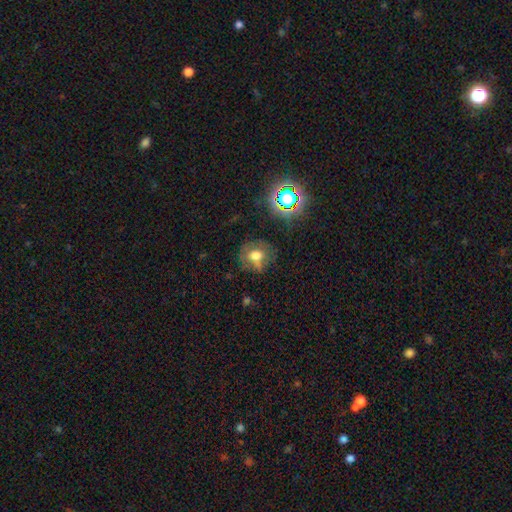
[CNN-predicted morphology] The model was most divided on "smooth or featured": smooth: 53%, featured or disk: 26%, star or artifact: 20%. More confident: how rounded — round (66%); merging — none (61%).